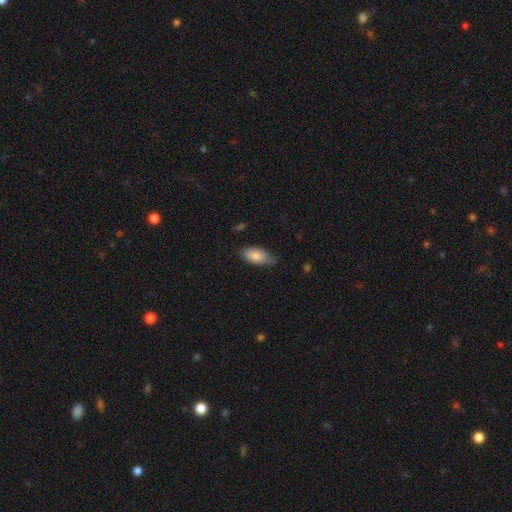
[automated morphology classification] smooth-or-featured: smooth: 84% | featured or disk: 9% | star or artifact: 6%
  how-rounded: in between: 92% | cigar-shaped: 6% | round: 2%
  merging: none: 63% | minor disturbance: 31% | major disturbance: 5% | merger: 2%